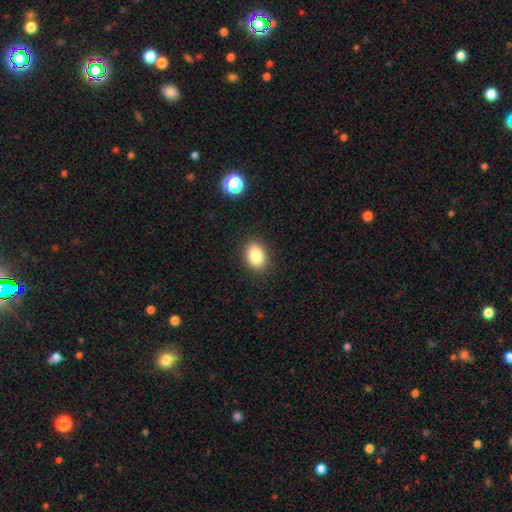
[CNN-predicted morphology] smooth-or-featured: smooth: 85% | star or artifact: 9% | featured or disk: 7%
  how-rounded: in between: 76% | round: 23% | cigar-shaped: 1%
  merging: none: 89% | minor disturbance: 8% | major disturbance: 2% | merger: 1%